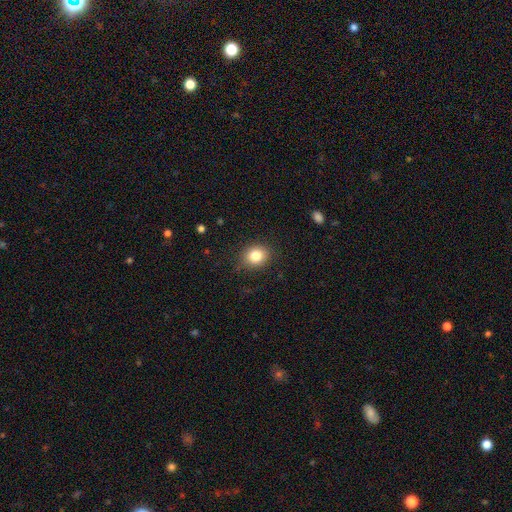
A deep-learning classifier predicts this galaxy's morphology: Q: Smooth or featured?
A: smooth (83%); runner-up: star or artifact (10%)
Q: How rounded?
A: round (64%); runner-up: in between (35%)
Q: Merging?
A: none (86%); runner-up: minor disturbance (10%)